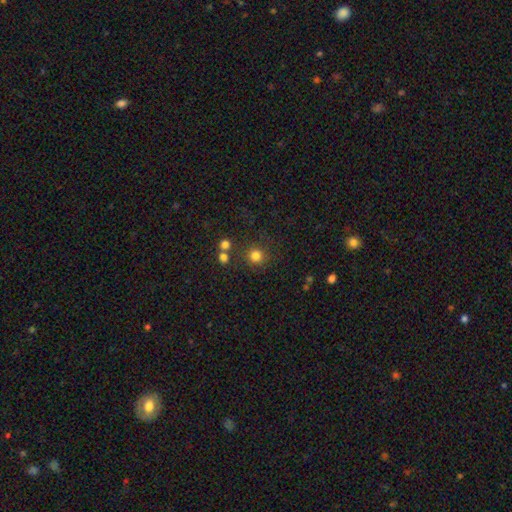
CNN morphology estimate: smooth_or_featured: smooth (p=0.80) [alt: star or artifact p=0.15]
how_rounded: round (p=0.93) [alt: in between p=0.06]
merging: none (p=0.80) [alt: merger p=0.08]